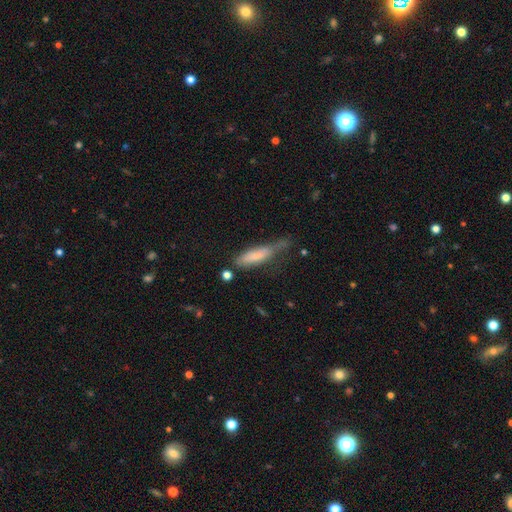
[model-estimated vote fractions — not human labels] The model was most divided on "merging": minor disturbance: 37%, none: 30%, major disturbance: 26%, merger: 7%. More confident: smooth or featured — smooth (71%); how rounded — cigar-shaped (64%).